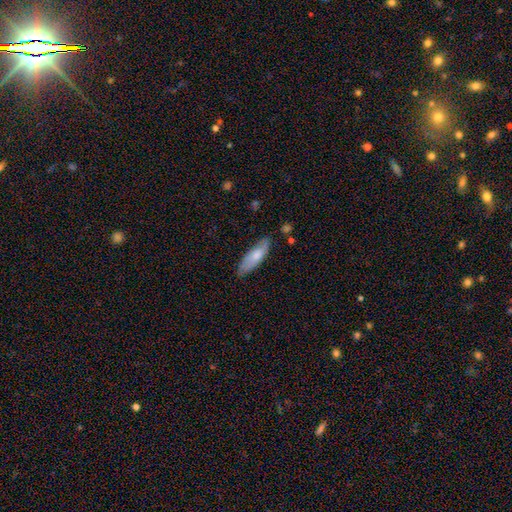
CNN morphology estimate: This is likely a smooth galaxy (70%). How rounded: possibly in between (50%). Merging: likely none (78%).